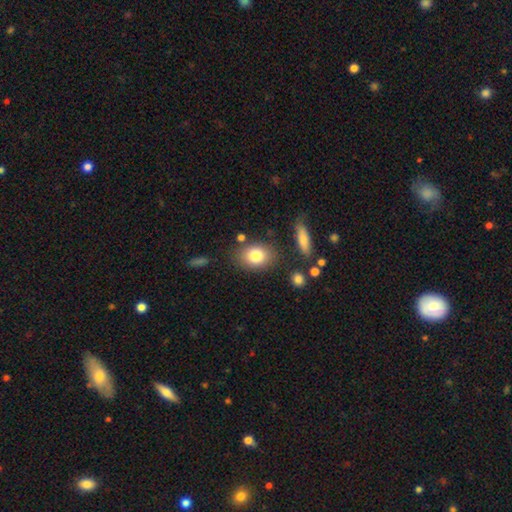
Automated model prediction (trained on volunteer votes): Q: Smooth or featured?
A: smooth (80%); runner-up: featured or disk (11%)
Q: How rounded?
A: in between (66%); runner-up: round (33%)
Q: Merging?
A: none (77%); runner-up: minor disturbance (13%)